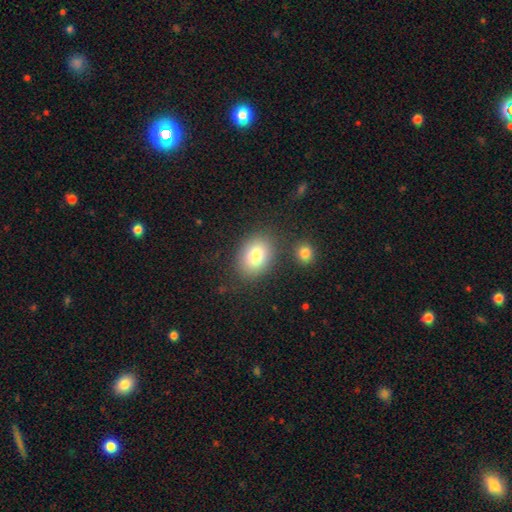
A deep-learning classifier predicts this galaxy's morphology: This appears to be a smooth galaxy with no disk features (80%) that is in between round and cigar-shaped (68%). Merging: none (80%).